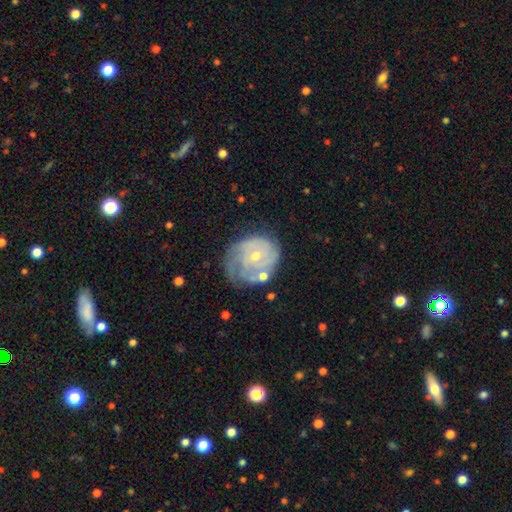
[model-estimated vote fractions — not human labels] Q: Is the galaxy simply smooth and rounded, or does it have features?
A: featured or disk — 75%.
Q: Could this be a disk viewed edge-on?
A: no — 97%.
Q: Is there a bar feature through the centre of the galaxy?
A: no — 78%.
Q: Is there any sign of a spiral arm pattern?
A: yes — 85%.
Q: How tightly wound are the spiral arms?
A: tight — 67%.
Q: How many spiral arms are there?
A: can't tell — 42%.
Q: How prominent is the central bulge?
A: small — 62%.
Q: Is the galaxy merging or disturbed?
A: none — 51%.